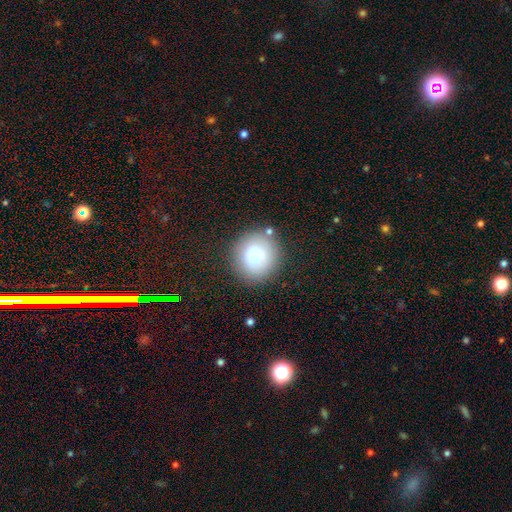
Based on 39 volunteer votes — Overall: smooth (79%). How rounded: round (97%). Merging: none (82%).